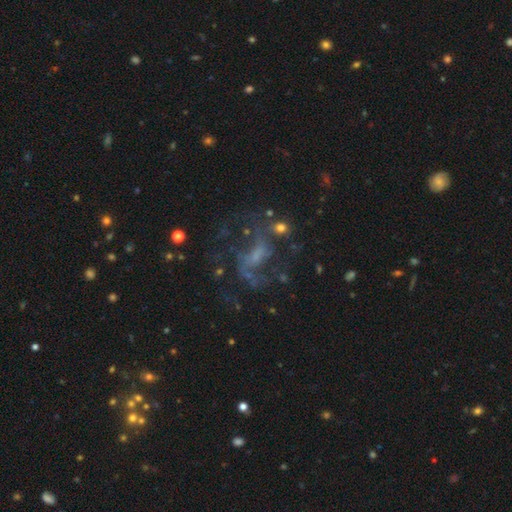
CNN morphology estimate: Overall: featured or disk (72%). Edge-on disk: no (97%). Bar: weak (45%; no 36%). Spiral arms: yes (77%). Spiral arm count: 2 (57%; can't tell 21%). Spiral winding: loose (50%; medium 39%). Bulge size: small (38%; none 35%). Merging: none (52%; major disturbance 27%).